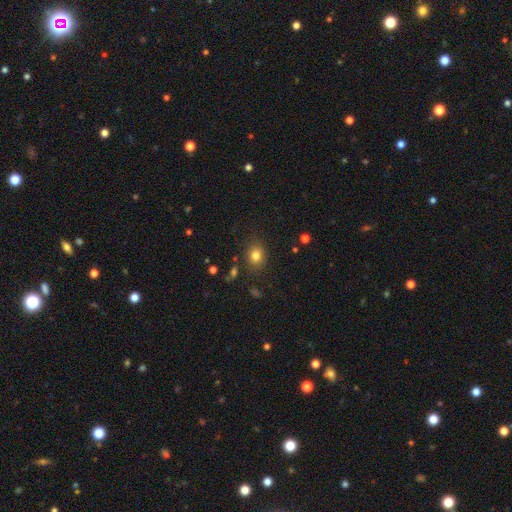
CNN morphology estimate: This is clearly a smooth galaxy (80%). How rounded: possibly round (59%). Merging: clearly none (83%).